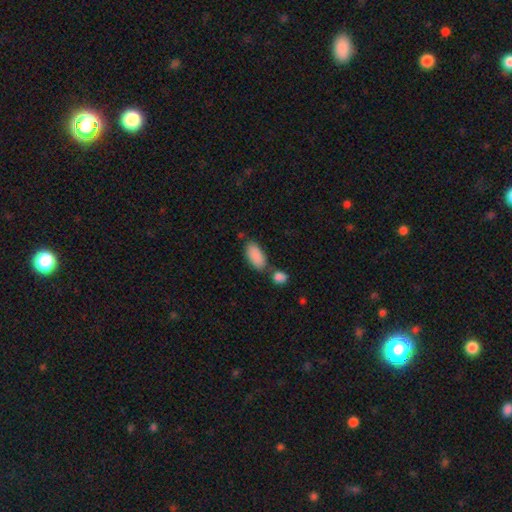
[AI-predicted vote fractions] A smooth galaxy with no disk features (89%) that is in between round and cigar-shaped (91%). Merging: none (60%).